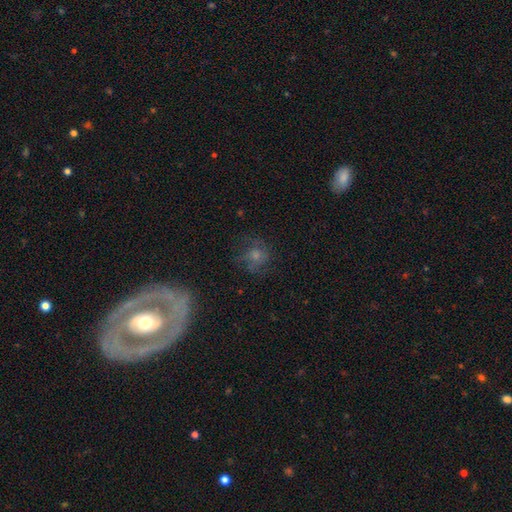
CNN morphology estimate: The model was most divided on "smooth or featured": smooth: 50%, featured or disk: 33%, star or artifact: 16%. More confident: how rounded — round (77%); merging — none (59%).